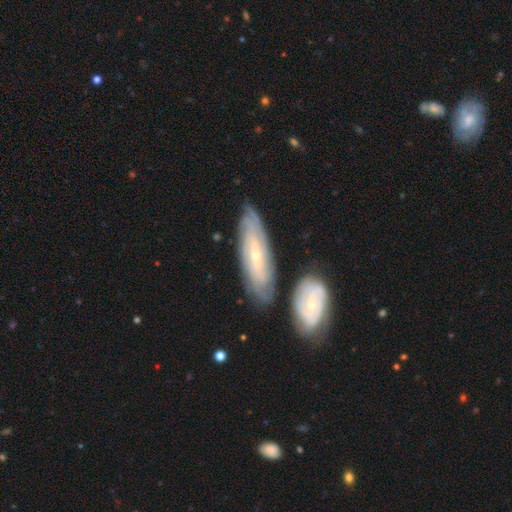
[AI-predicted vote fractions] The model was most divided on "bar": no: 61%, weak: 29%, strong: 10%. More confident: spiral arms — yes (84%); edge-on disk — no (81%); bulge size — small (77%); merging — none (75%); smooth or featured — featured or disk (72%).